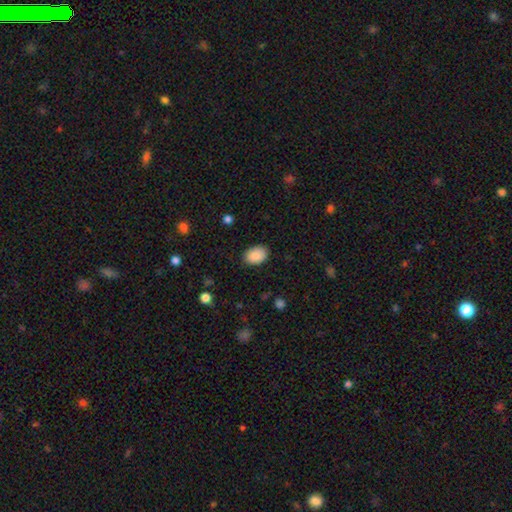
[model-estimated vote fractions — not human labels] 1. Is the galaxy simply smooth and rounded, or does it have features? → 89% smooth, 7% star or artifact, 4% featured or disk.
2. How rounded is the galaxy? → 81% in between, 18% round, 1% cigar-shaped.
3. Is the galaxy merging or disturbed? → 86% none, 11% minor disturbance, 3% major disturbance, 1% merger.